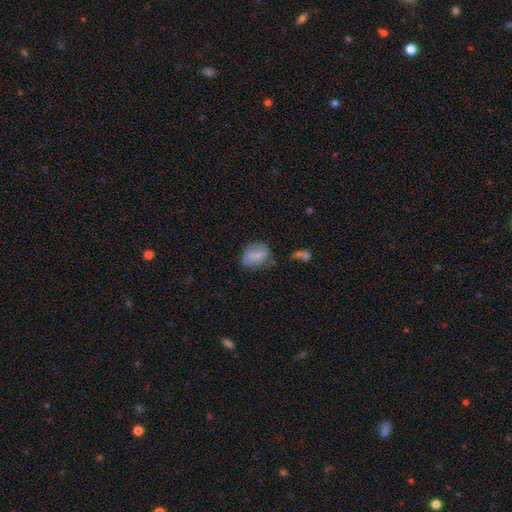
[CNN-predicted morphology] Q: Smooth or featured?
A: smooth (72%); runner-up: featured or disk (18%)
Q: How rounded?
A: in between (62%); runner-up: round (36%)
Q: Merging?
A: none (57%); runner-up: minor disturbance (27%)